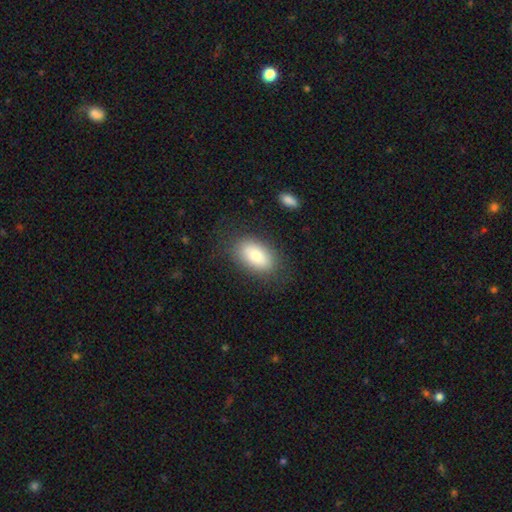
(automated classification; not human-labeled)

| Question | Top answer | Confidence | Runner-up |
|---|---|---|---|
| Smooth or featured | smooth | 77% | featured or disk (15%) |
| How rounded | in between | 90% | round (8%) |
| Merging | none | 80% | minor disturbance (13%) |